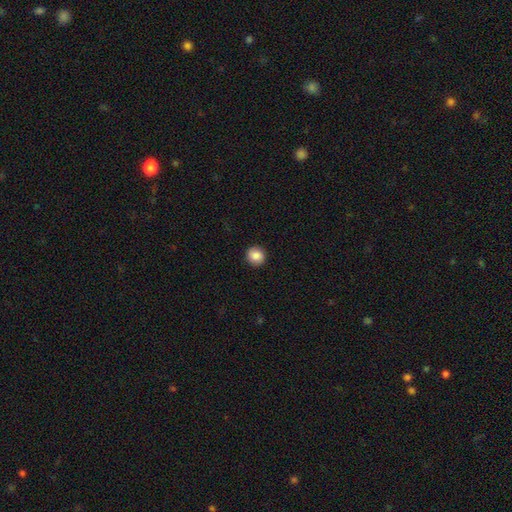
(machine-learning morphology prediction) Q: Smooth or featured?
A: smooth (84%); runner-up: star or artifact (9%)
Q: How rounded?
A: round (92%); runner-up: in between (7%)
Q: Merging?
A: none (91%); runner-up: minor disturbance (6%)